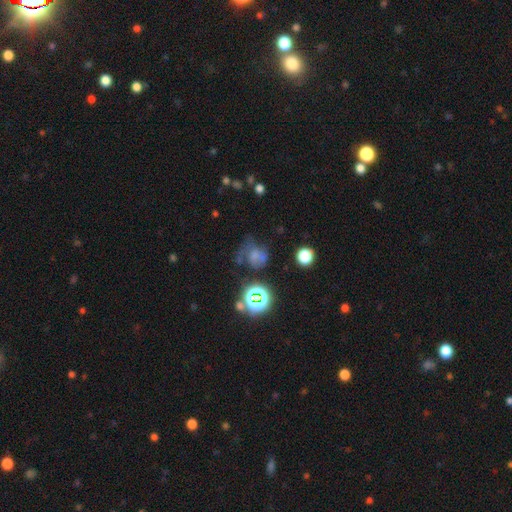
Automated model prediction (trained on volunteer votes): Smooth or featured? Predicted: smooth (p=0.50). Merging? Predicted: none (p=0.35).